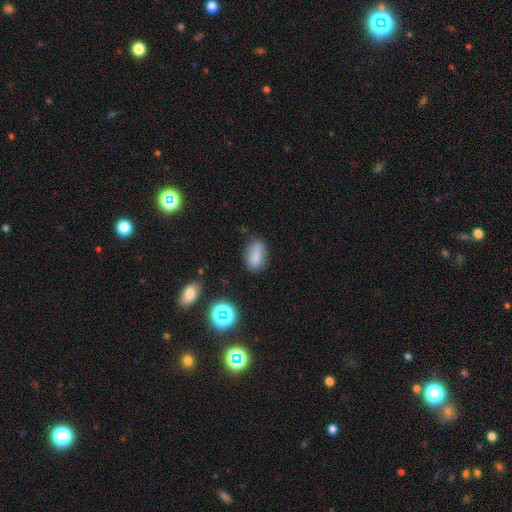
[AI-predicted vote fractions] Smooth or featured: smooth — 79% (star or artifact — 12%)
How rounded: in between — 84% (round — 9%)
Merging: none — 72% (minor disturbance — 20%)